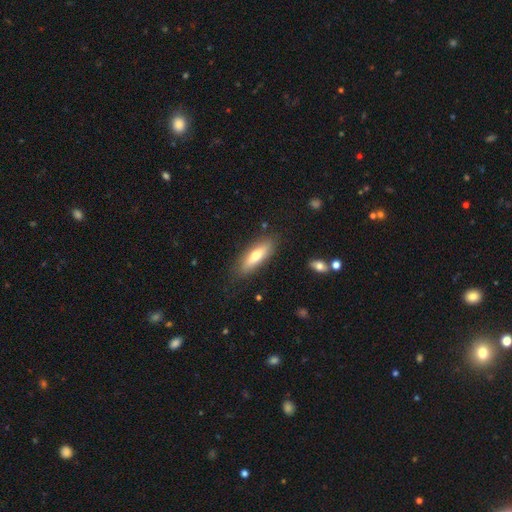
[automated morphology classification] A smooth galaxy with no disk features (65%) that is in between round and cigar-shaped (49%, tied with cigar-shaped).

Vote fractions:
- Smooth or featured? smooth: 65% / featured or disk: 29% / star or artifact: 6%
- How rounded? in between: 49% (tied) / cigar-shaped: 49% (tied) / round: 2%
- Merging? none: 83% / minor disturbance: 12% / major disturbance: 3% / merger: 2%